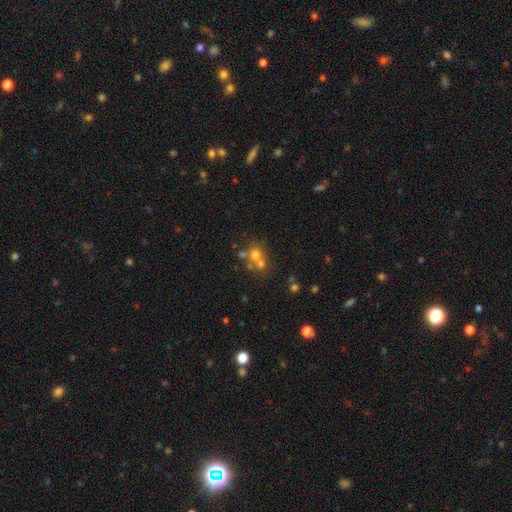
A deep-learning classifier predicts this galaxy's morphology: Overall: smooth (54%; star or artifact 24%). How rounded: round (75%). Merging: merger (47%; none 40%).